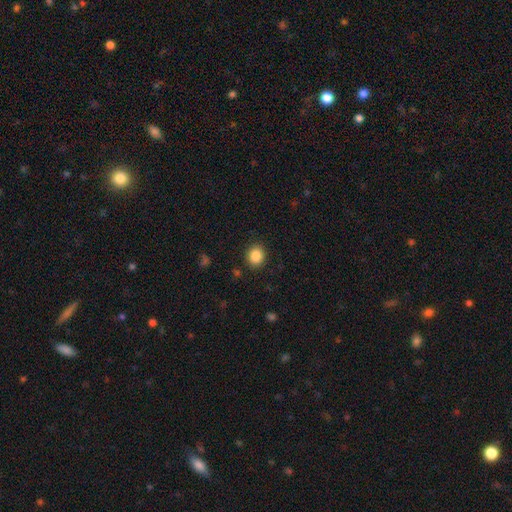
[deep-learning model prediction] This is clearly a smooth galaxy (87%). How rounded: likely round (68%). Merging: clearly none (89%).